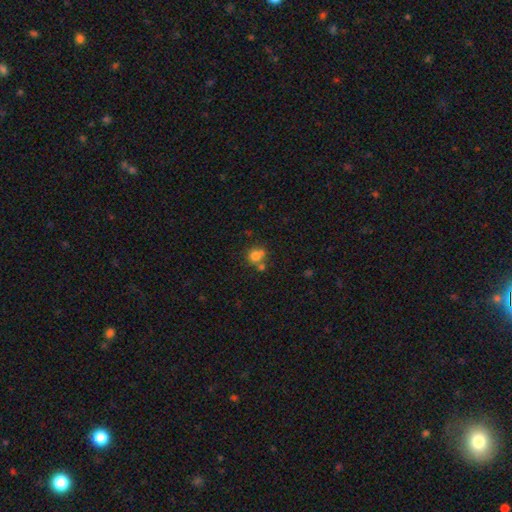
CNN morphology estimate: The model was most divided on "merging": none: 50%, merger: 30%, minor disturbance: 14%, major disturbance: 6%. More confident: how rounded — round (77%); smooth or featured — smooth (76%).